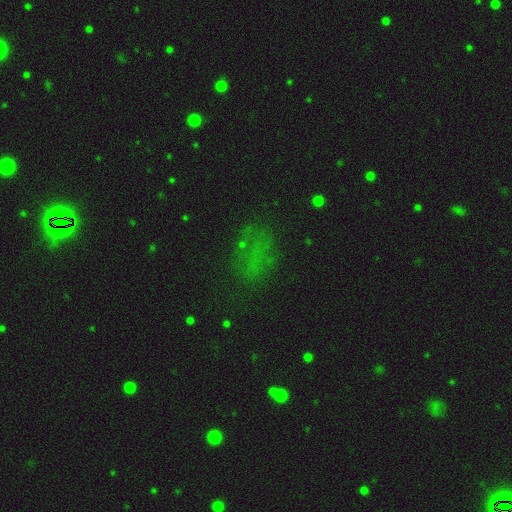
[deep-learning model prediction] Overall: star or artifact (43%, tied with smooth).